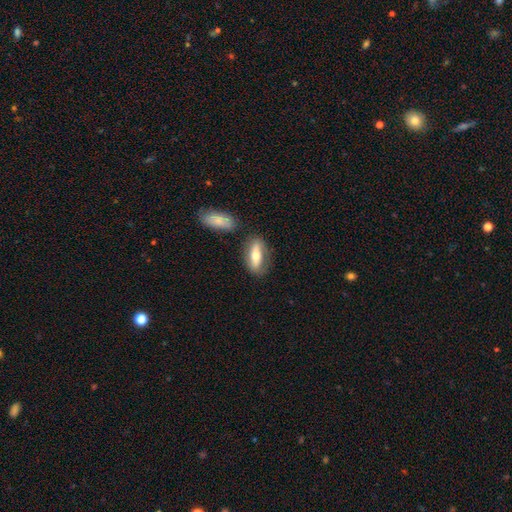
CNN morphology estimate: The model was most divided on "smooth or featured": smooth: 53%, featured or disk: 41%, star or artifact: 6%. More confident: merging — none (71%); how rounded — in between (69%).